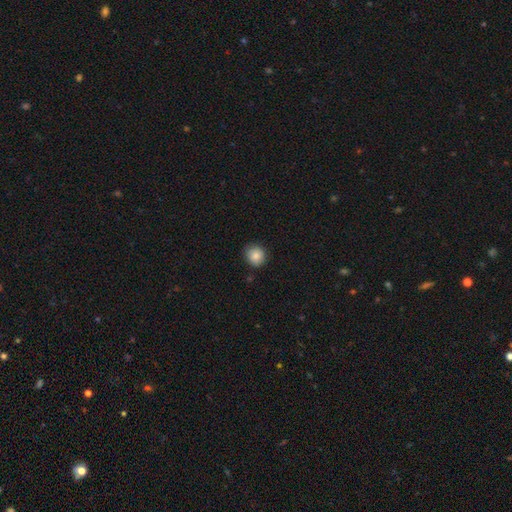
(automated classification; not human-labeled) smooth-or-featured: smooth: 86% | star or artifact: 9% | featured or disk: 5%
  how-rounded: round: 87% | in between: 12% | cigar-shaped: 1%
  merging: none: 86% | minor disturbance: 11% | major disturbance: 2% | merger: 1%